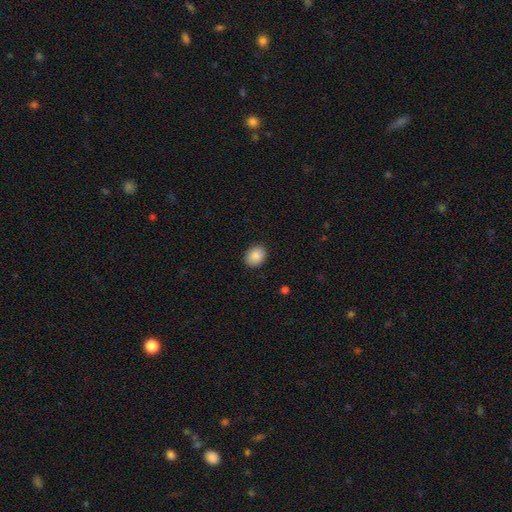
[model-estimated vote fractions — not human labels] This is clearly a smooth galaxy (87%). How rounded: possibly in between (50%). Merging: clearly none (89%).